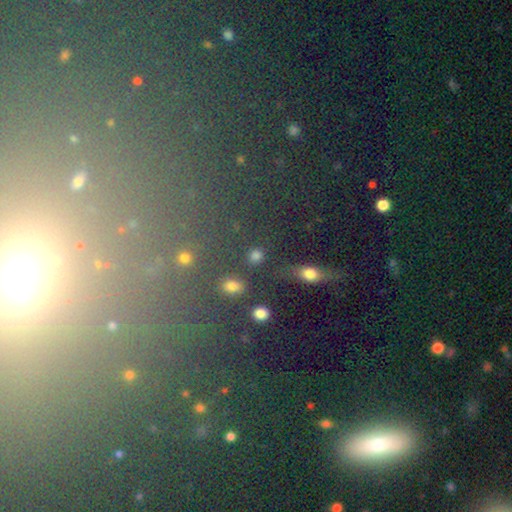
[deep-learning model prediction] A smooth galaxy with no disk features (79%) that is round (72%). Merging: none (78%).